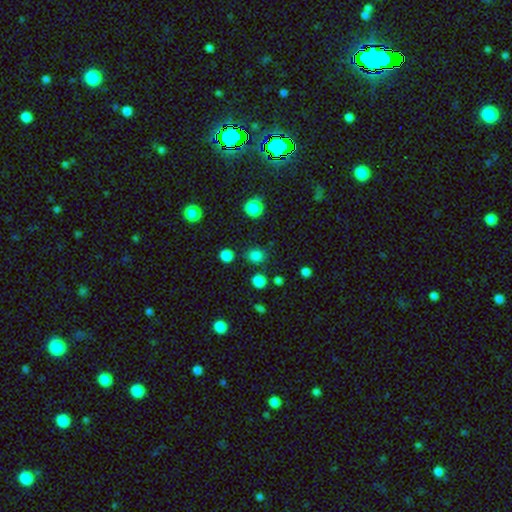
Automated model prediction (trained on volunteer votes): Smooth or featured? smooth (81%)
How rounded? round (77%)
Merging? none (83%)